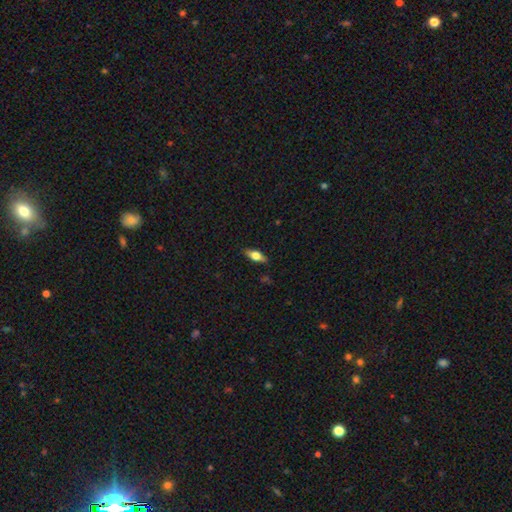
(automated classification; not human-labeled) Smooth or featured: smooth — 53% (featured or disk — 39%)
How rounded: in between — 70% (cigar-shaped — 26%)
Merging: none — 86% (minor disturbance — 11%)